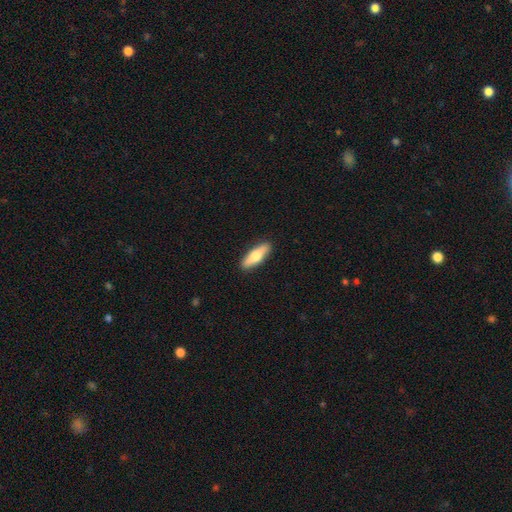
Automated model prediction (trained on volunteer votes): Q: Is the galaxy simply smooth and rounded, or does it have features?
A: smooth — 63%.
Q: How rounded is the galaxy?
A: cigar-shaped — 51%.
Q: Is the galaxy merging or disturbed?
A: none — 90%.